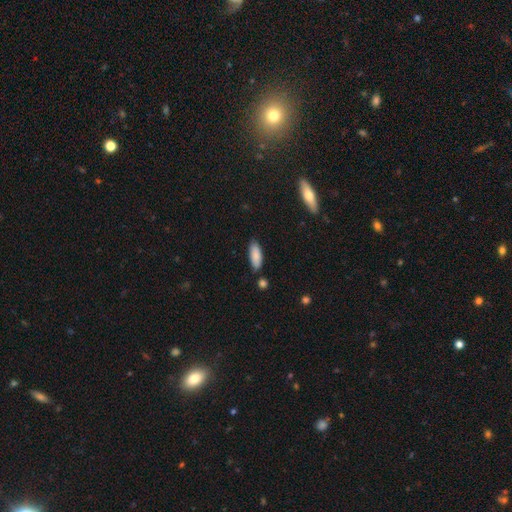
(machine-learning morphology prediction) smooth-or-featured: smooth: 88% | featured or disk: 6% | star or artifact: 6%
  how-rounded: in between: 71% | cigar-shaped: 27% | round: 2%
  merging: none: 79% | minor disturbance: 14% | merger: 4% | major disturbance: 3%